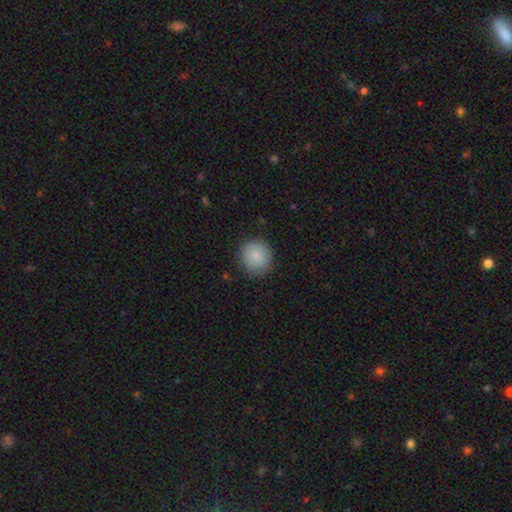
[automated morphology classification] The model was most divided on "merging": none: 86%, minor disturbance: 11%, major disturbance: 3%, merger: 1%. More confident: how rounded — round (91%); smooth or featured — smooth (86%).